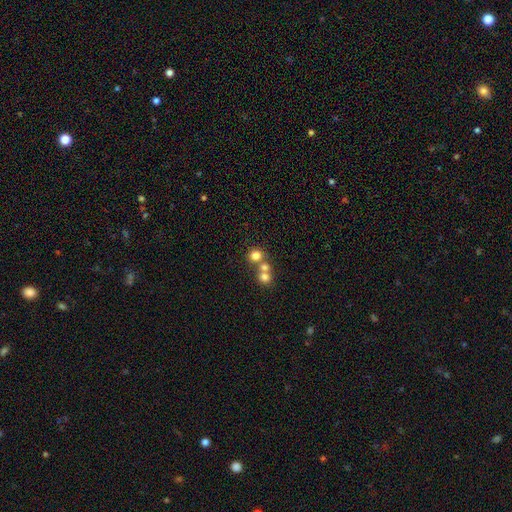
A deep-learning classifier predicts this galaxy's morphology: Overall: smooth (74%). How rounded: round (76%). Merging: merger (47%; none 44%).